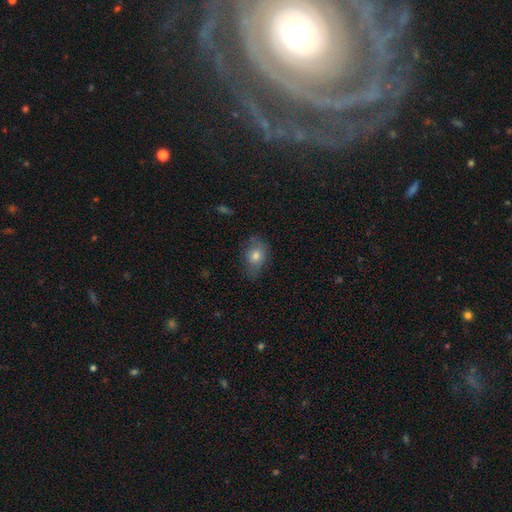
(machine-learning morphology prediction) smooth-or-featured: smooth: 71% | featured or disk: 18% | star or artifact: 10%
  how-rounded: in between: 68% | round: 30% | cigar-shaped: 2%
  merging: none: 65% | minor disturbance: 26% | major disturbance: 8% | merger: 2%